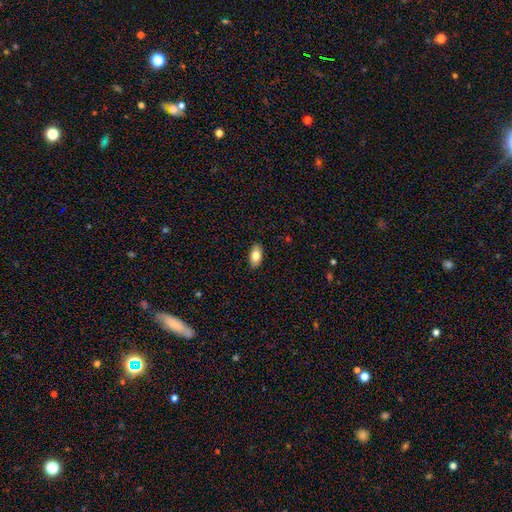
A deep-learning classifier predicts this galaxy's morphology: Smooth or featured?
  - smooth: 79% *
  - featured or disk: 14%
  - star or artifact: 7%
How rounded?
  - in between: 92% *
  - cigar-shaped: 4%
  - round: 4%
Merging?
  - none: 90% *
  - minor disturbance: 8%
  - major disturbance: 2%
  - merger: 1%